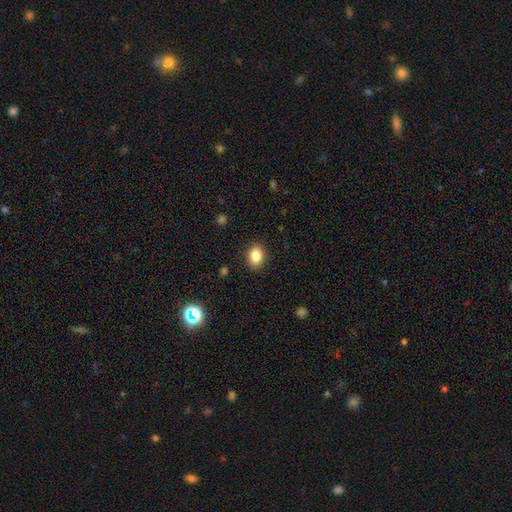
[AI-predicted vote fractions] Smooth or featured? Predicted: smooth (p=0.86). How rounded? Predicted: in between (p=0.75). Merging? Predicted: none (p=0.89).